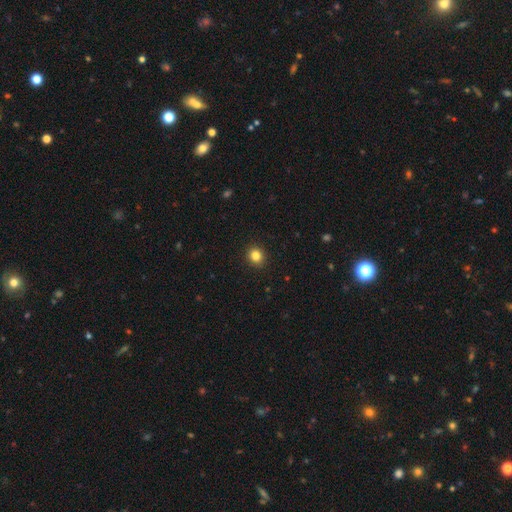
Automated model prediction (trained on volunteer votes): Smooth or featured: smooth — 84% (star or artifact — 11%)
How rounded: round — 80% (in between — 19%)
Merging: none — 92% (minor disturbance — 6%)